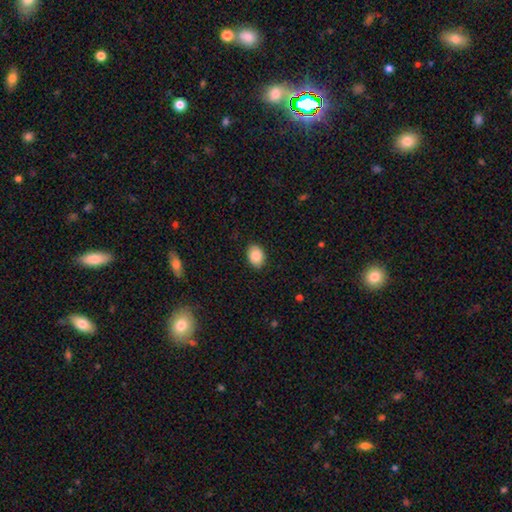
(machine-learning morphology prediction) Q: Smooth or featured?
A: smooth (87%); runner-up: star or artifact (8%)
Q: How rounded?
A: in between (73%); runner-up: round (26%)
Q: Merging?
A: none (89%); runner-up: minor disturbance (8%)